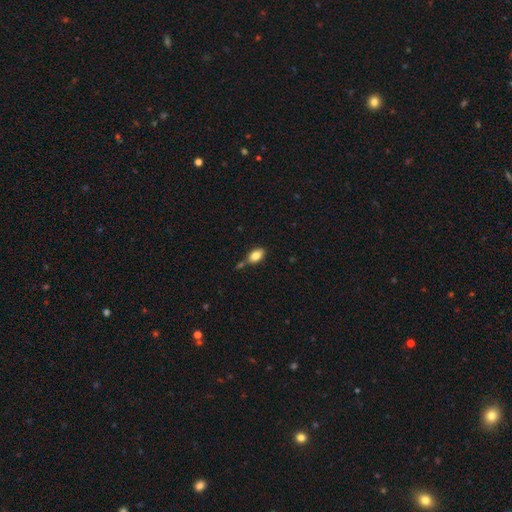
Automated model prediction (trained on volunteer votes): Morphology: type=smooth (83%); roundness=in between (90%); merging=none (67%).